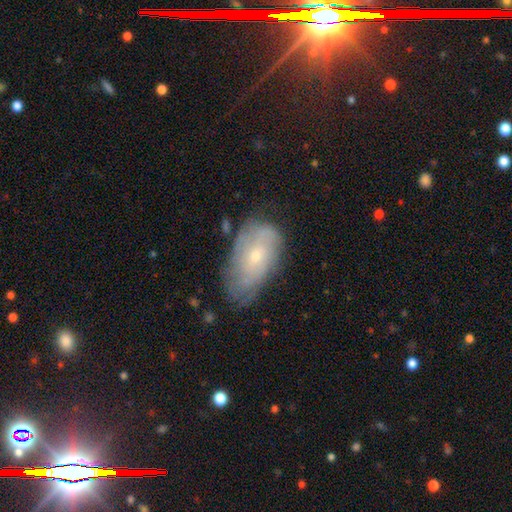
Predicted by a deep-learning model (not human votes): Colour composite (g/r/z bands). It shows a featured or disk galaxy (52%). Merging: none (55%).